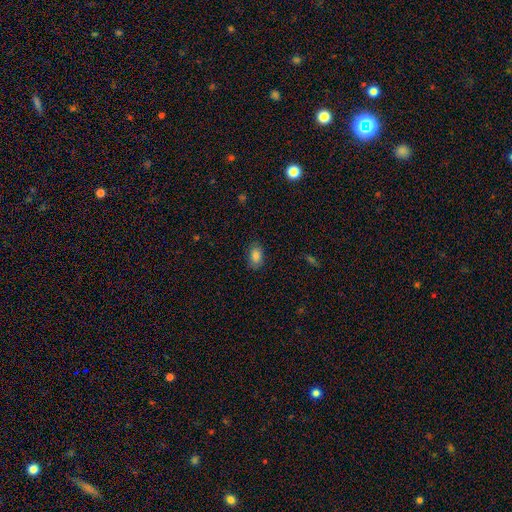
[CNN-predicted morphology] smooth 85%, star or artifact 8%, featured or disk 7%. Down the decision tree: how rounded — in between (89%); merging — none (82%).